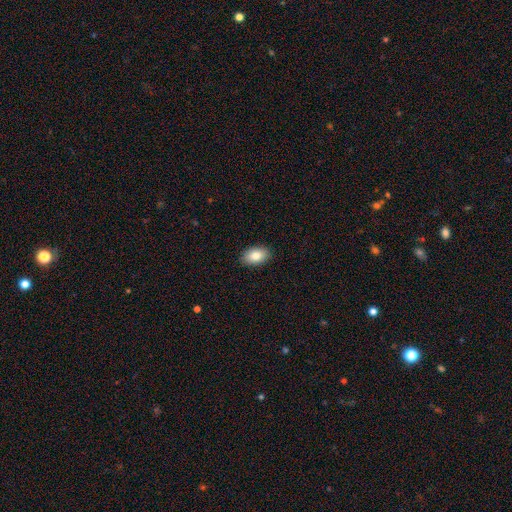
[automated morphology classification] smooth-or-featured: smooth: 84% | featured or disk: 9% | star or artifact: 7%
  how-rounded: in between: 92% | round: 7% | cigar-shaped: 1%
  merging: none: 90% | minor disturbance: 8% | major disturbance: 2% | merger: 1%